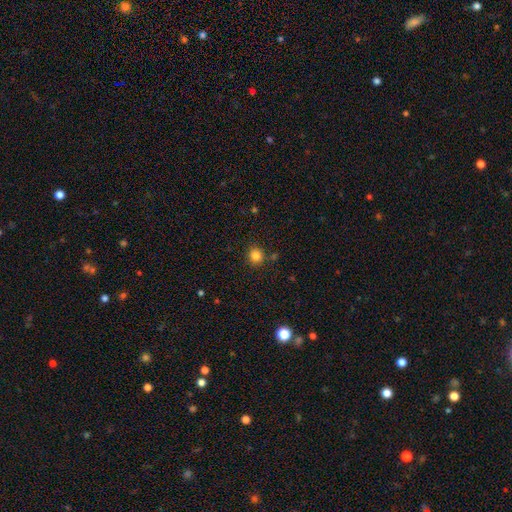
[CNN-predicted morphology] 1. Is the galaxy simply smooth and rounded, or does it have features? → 82% smooth, 13% star or artifact, 5% featured or disk.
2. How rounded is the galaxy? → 85% round, 14% in between, 1% cigar-shaped.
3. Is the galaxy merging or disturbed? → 85% none, 9% minor disturbance, 4% merger, 2% major disturbance.